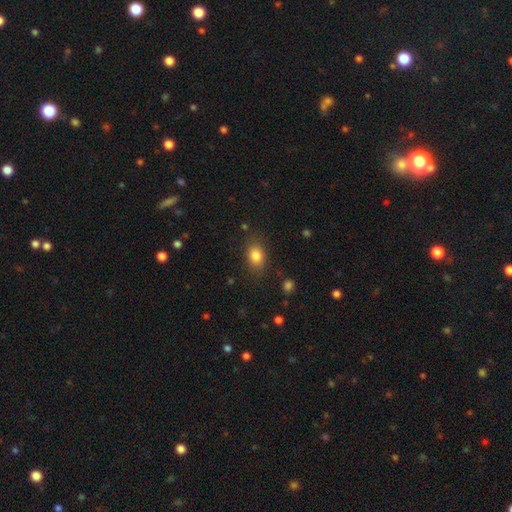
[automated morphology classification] The model was most divided on "how rounded": in between: 74%, round: 24%, cigar-shaped: 2%. More confident: smooth or featured — smooth (83%); merging — none (81%).